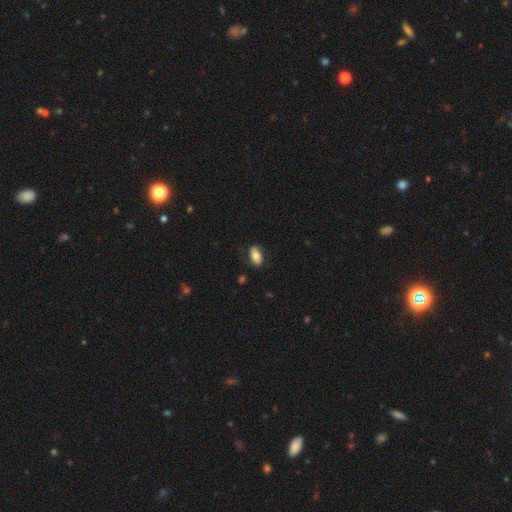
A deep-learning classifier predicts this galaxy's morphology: This appears to be a smooth galaxy with no disk features (73%) that is in between round and cigar-shaped (91%). Merging: none (78%).